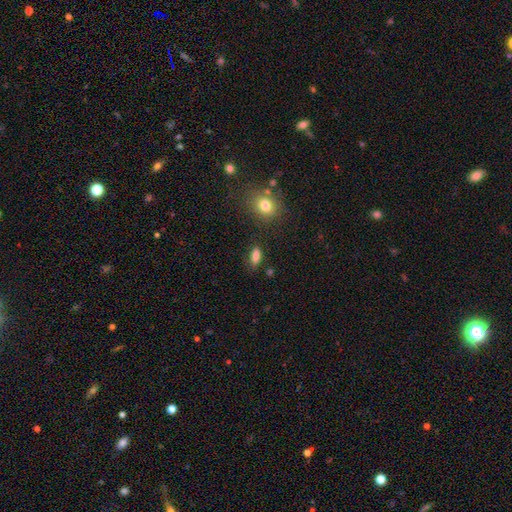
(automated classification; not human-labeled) Overall: smooth (83%). How rounded: in between (74%). Merging: none (80%).